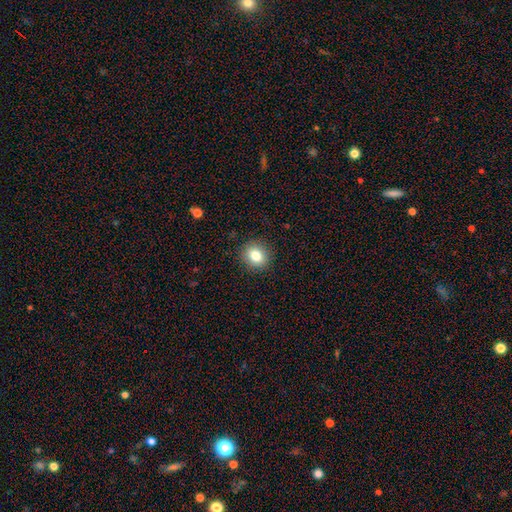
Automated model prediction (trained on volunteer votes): Morphology: type=smooth (82%); roundness=round (78%); merging=none (90%).